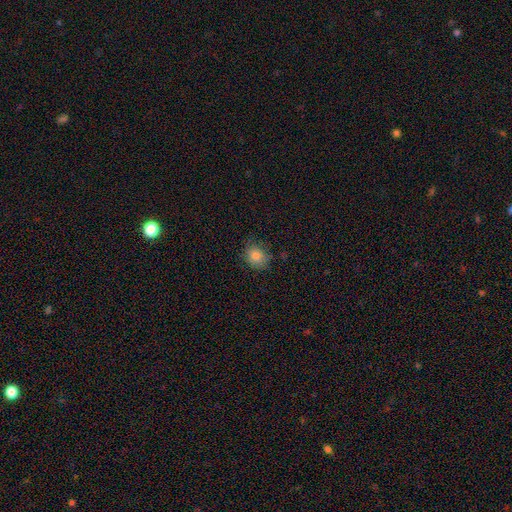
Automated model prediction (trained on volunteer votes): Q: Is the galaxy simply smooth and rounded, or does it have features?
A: smooth — 83%.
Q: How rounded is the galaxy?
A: round — 70%.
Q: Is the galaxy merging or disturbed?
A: none — 78%.